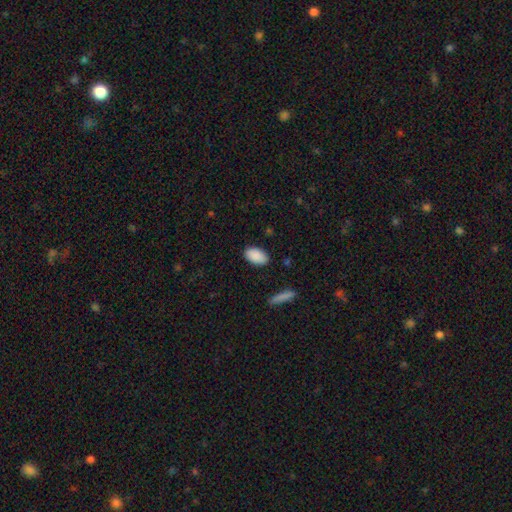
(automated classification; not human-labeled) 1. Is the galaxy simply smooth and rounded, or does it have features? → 90% smooth, 6% star or artifact, 4% featured or disk.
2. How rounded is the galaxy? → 93% in between, 5% round, 2% cigar-shaped.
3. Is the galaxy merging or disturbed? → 87% none, 10% minor disturbance, 2% major disturbance, 1% merger.